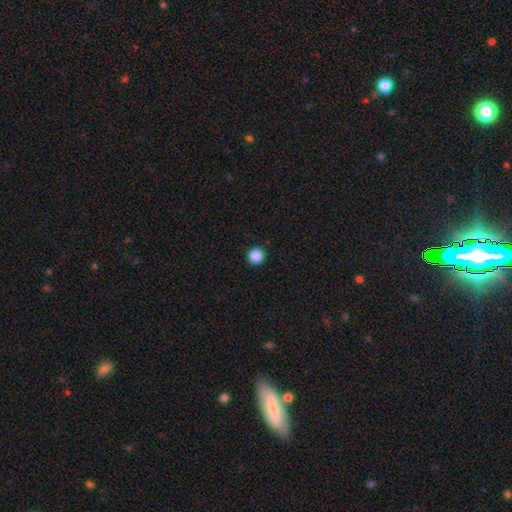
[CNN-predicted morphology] Smooth or featured: smooth — 88% (star or artifact — 10%)
How rounded: round — 94% (in between — 5%)
Merging: none — 93% (minor disturbance — 5%)